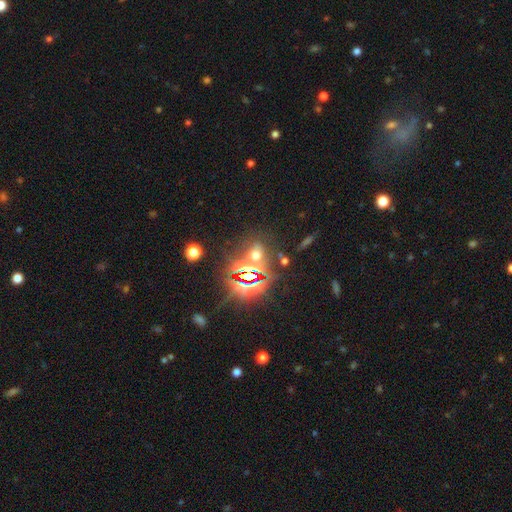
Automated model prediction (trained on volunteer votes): Morphology: type=star or artifact (56%).